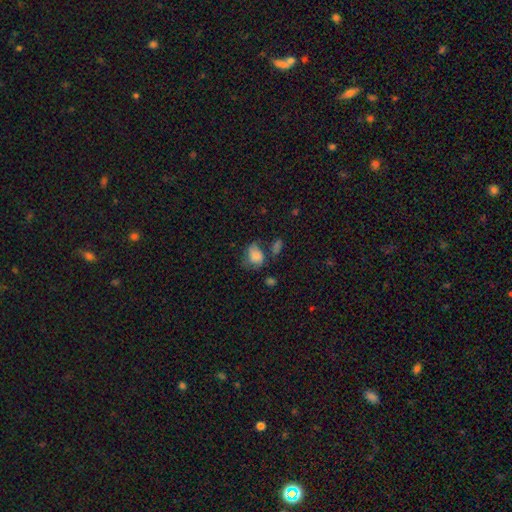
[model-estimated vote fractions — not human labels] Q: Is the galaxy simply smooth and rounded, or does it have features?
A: smooth — 74%.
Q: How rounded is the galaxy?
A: in between — 63%.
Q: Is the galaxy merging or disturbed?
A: none — 35%.